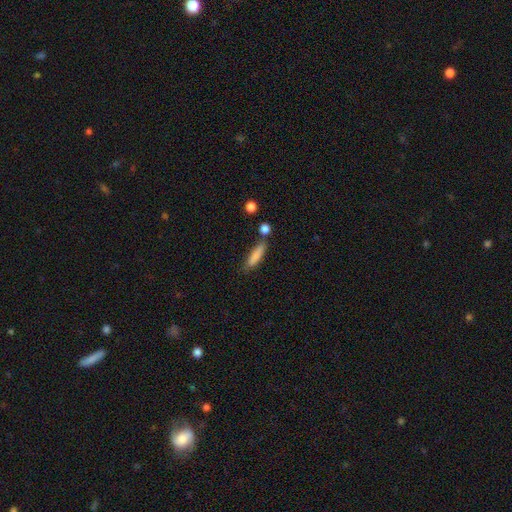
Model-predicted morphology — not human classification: A smooth galaxy with no disk features (82%) that is cigar-shaped (74%).

Vote fractions:
- Smooth or featured? smooth: 82% / featured or disk: 11% / star or artifact: 7%
- How rounded? cigar-shaped: 74% / in between: 24% / round: 2%
- Merging? none: 72% / minor disturbance: 16% / merger: 9% / major disturbance: 4%